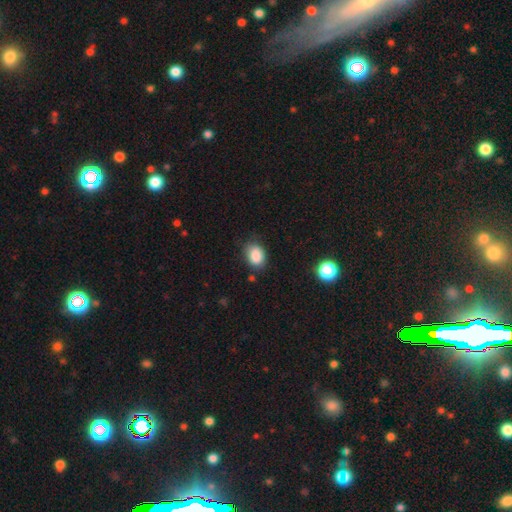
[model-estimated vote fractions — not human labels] Q: Smooth or featured?
A: smooth (86%); runner-up: star or artifact (9%)
Q: How rounded?
A: in between (74%); runner-up: round (25%)
Q: Merging?
A: none (74%); runner-up: minor disturbance (19%)